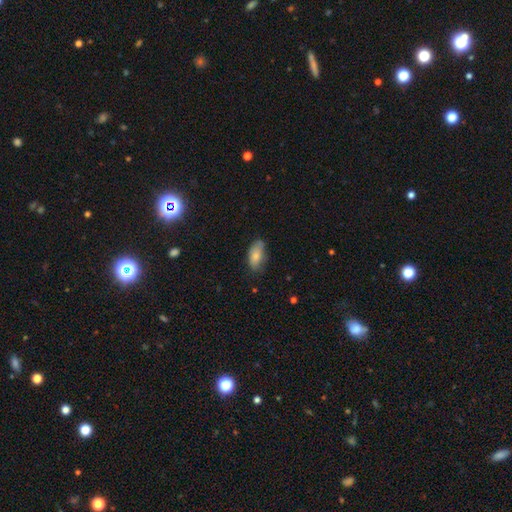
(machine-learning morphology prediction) Smooth or featured?
  - smooth: 81% *
  - featured or disk: 12%
  - star or artifact: 7%
How rounded?
  - in between: 91% *
  - cigar-shaped: 6%
  - round: 3%
Merging?
  - none: 66% *
  - minor disturbance: 27%
  - major disturbance: 5%
  - merger: 2%